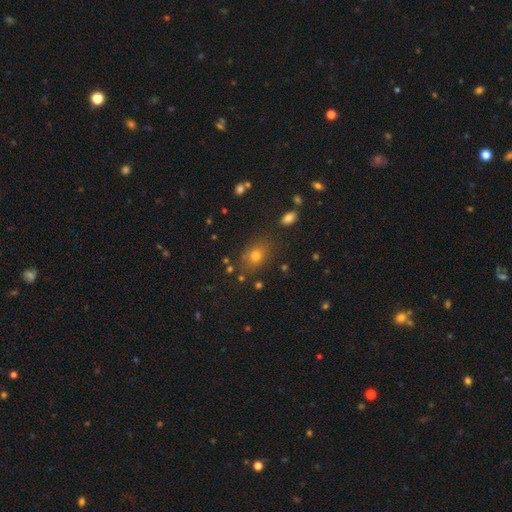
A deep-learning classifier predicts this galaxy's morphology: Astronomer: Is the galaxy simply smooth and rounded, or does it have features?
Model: smooth — 71%.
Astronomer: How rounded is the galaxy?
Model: in between — 58% (runner-up: round, 40%).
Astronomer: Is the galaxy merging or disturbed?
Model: none — 77%.